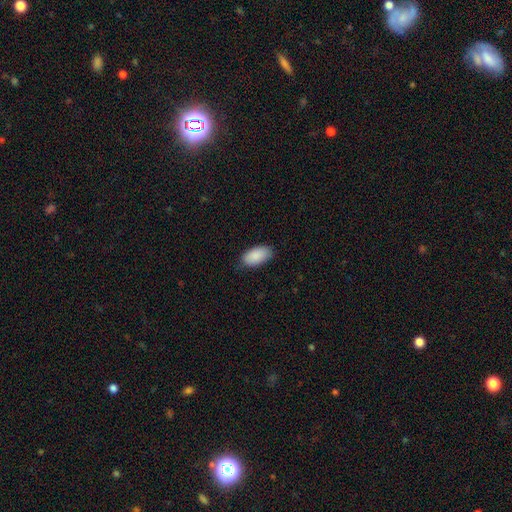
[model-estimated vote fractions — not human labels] smooth 89%, star or artifact 6%, featured or disk 5%. Down the decision tree: how rounded — in between (95%); merging — none (81%).